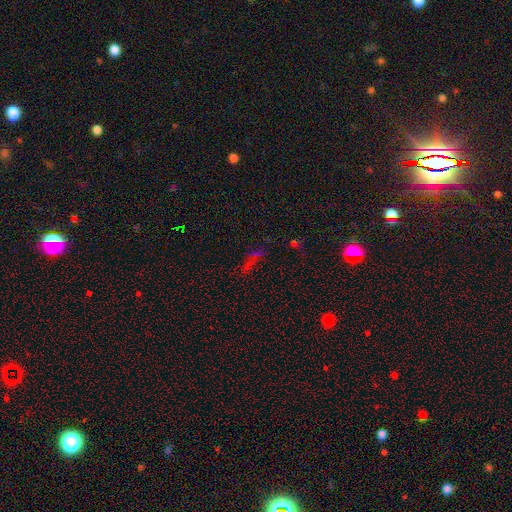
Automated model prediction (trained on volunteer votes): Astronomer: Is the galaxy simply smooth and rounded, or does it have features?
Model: star or artifact — 60%.